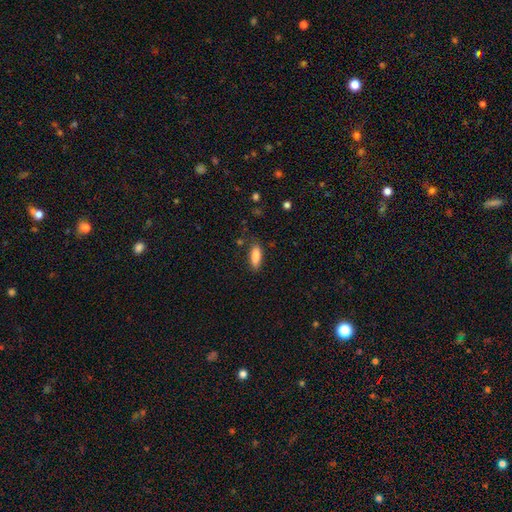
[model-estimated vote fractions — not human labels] Smooth or featured?
  - smooth: 86% *
  - star or artifact: 7%
  - featured or disk: 7%
How rounded?
  - in between: 65% *
  - cigar-shaped: 33%
  - round: 2%
Merging?
  - none: 77% *
  - minor disturbance: 17%
  - major disturbance: 4%
  - merger: 2%